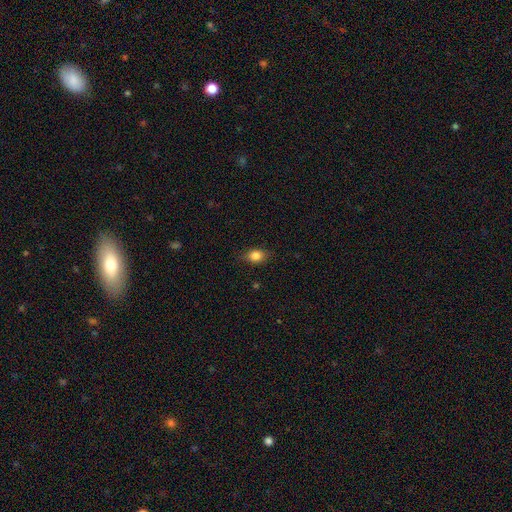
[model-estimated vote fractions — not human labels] A smooth galaxy with no disk features (84%) that is in between round and cigar-shaped (67%). Merging: none (81%).